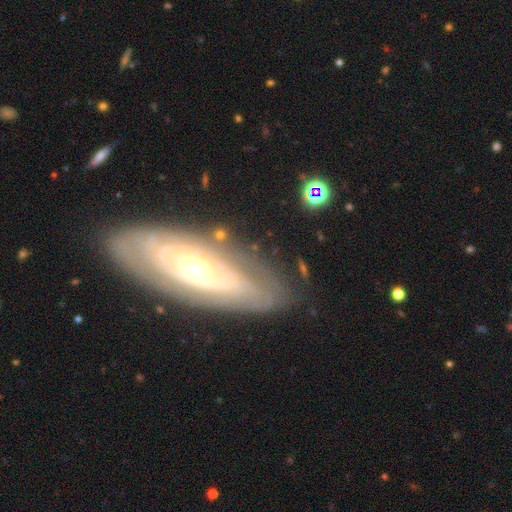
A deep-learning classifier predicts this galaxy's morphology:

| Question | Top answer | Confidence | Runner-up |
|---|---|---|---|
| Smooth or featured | featured or disk | 78% | smooth (16%) |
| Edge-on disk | no | 83% | yes (17%) |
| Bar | no | 75% | weak (18%) |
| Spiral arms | yes | 76% | no (24%) |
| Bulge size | small | 63% | moderate (33%) |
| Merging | none | 82% | minor disturbance (13%) |